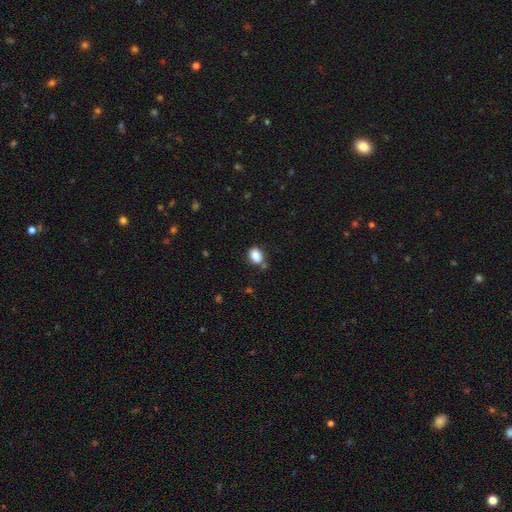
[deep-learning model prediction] Q: Smooth or featured?
A: smooth (86%); runner-up: star or artifact (9%)
Q: How rounded?
A: in between (75%); runner-up: round (24%)
Q: Merging?
A: none (68%); runner-up: minor disturbance (18%)